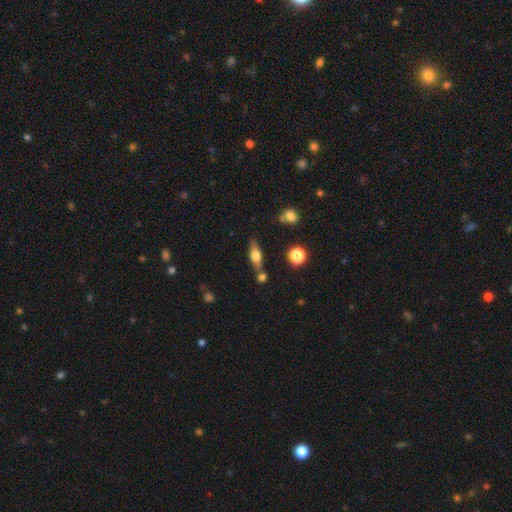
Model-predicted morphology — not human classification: Smooth or featured? smooth (57%)
How rounded? in between (59%)
Merging? none (65%)